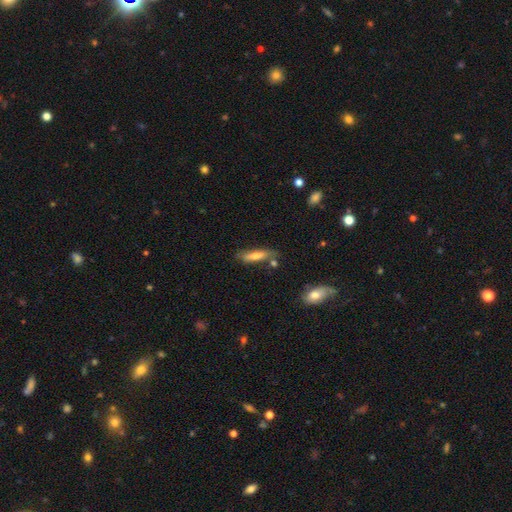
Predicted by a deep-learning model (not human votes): This appears to be a smooth galaxy with no disk features (63%) that is cigar-shaped (77%). Merging: none (69%).